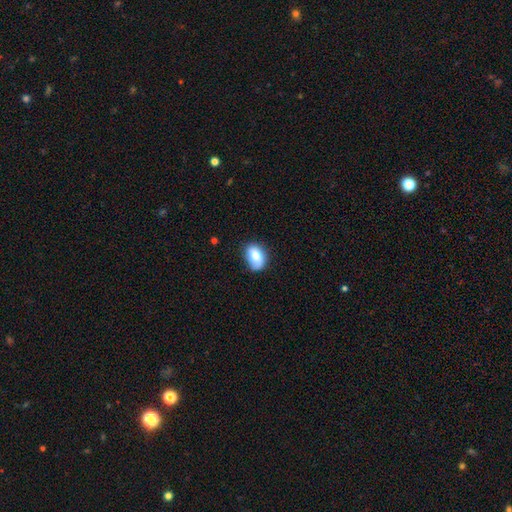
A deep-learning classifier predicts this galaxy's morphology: Overall: smooth (80%). How rounded: in between (83%). Merging: none (61%; minor disturbance 30%).